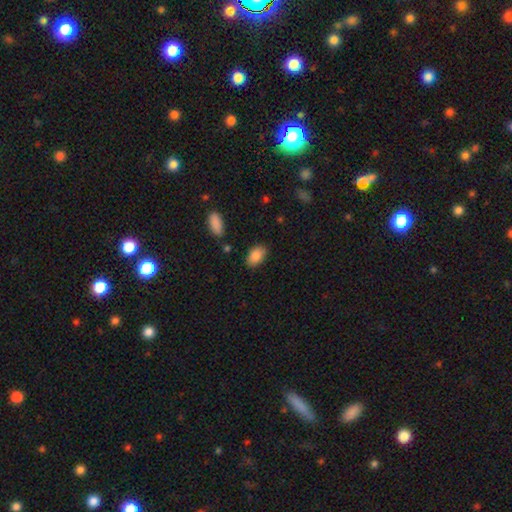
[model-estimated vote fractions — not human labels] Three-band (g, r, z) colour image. It shows a smooth galaxy with no disk features (87%) that is in between round and cigar-shaped (91%). Merging: none (84%).